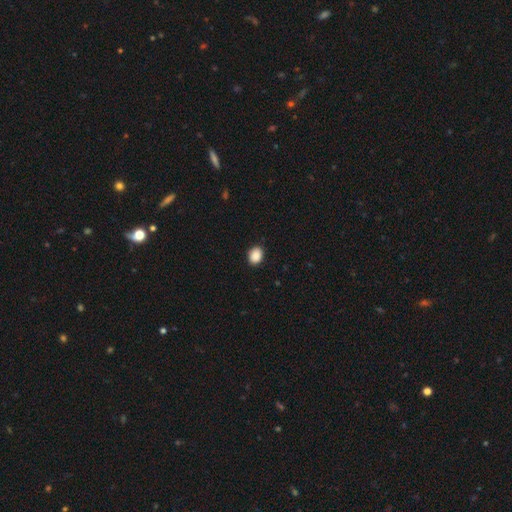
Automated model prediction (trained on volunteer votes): This is clearly a smooth galaxy (90%). How rounded: possibly in between (57%). Merging: clearly none (90%).